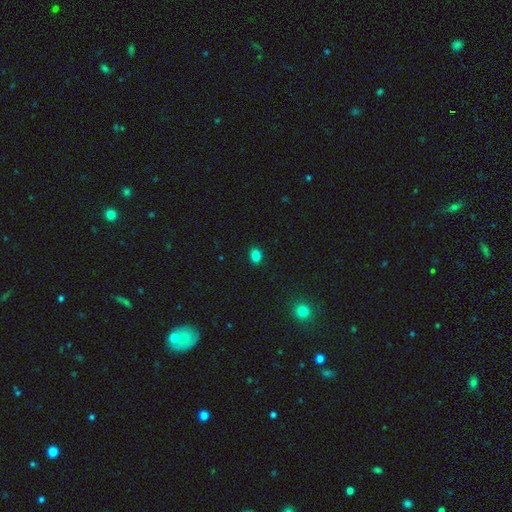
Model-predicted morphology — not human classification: smooth-or-featured: smooth: 84% | star or artifact: 13% | featured or disk: 4%
  how-rounded: in between: 59% | round: 40% | cigar-shaped: 1%
  merging: none: 89% | minor disturbance: 8% | major disturbance: 2% | merger: 1%